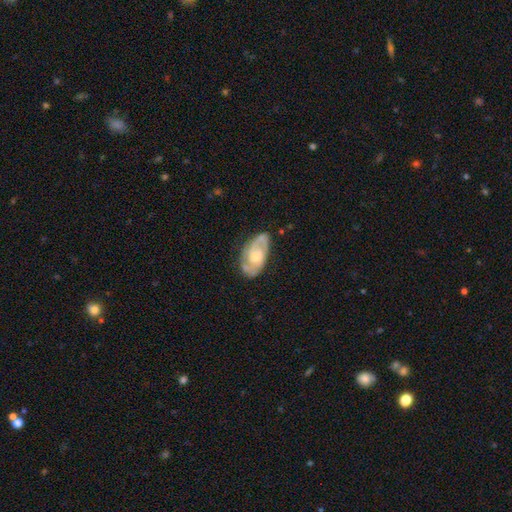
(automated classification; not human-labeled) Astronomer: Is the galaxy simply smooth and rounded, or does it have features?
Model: featured or disk — 74%.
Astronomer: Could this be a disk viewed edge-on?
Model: no — 95%.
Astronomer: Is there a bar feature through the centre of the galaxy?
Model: no — 59% (runner-up: weak, 35%).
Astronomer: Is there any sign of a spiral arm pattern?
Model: yes — 90%.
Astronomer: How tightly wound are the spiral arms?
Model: medium — 47% (runner-up: tight, 38%).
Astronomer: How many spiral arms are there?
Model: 2 — 71%.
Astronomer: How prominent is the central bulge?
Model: moderate — 45% (runner-up: small, 35%).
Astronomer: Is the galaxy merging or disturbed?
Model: none — 69%.